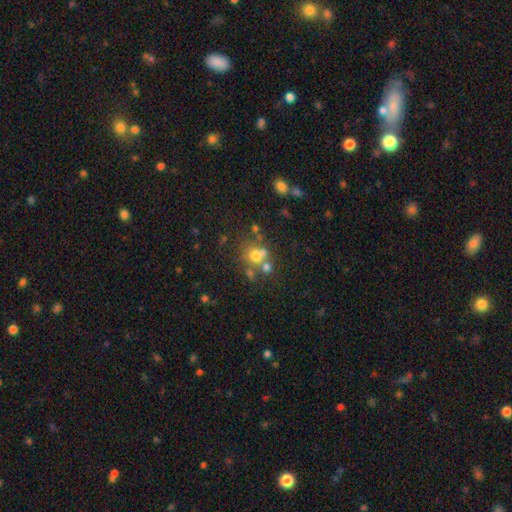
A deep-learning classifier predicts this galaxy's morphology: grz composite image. It shows a smooth galaxy with no disk features (63%) that is round (82%). Merging: none (51%).